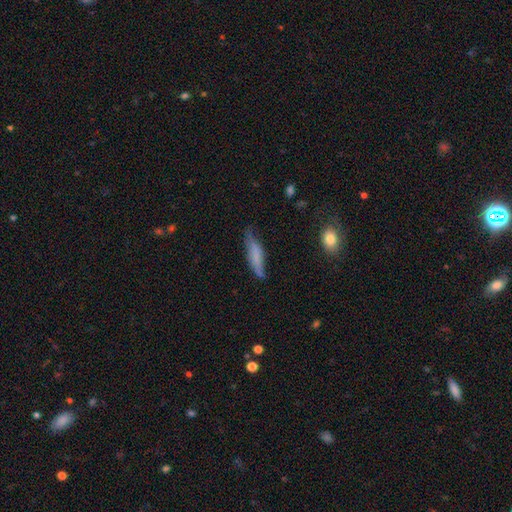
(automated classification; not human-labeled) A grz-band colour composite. It shows a smooth galaxy with no disk features (61%) that is cigar-shaped (77%). Merging: none (60%).